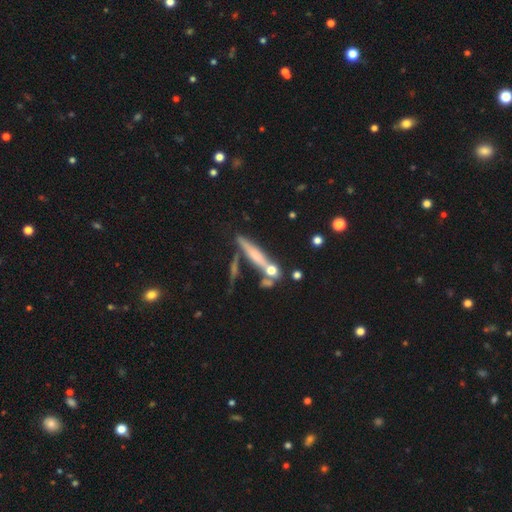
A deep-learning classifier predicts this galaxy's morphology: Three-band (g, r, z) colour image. It shows a featured or disk galaxy (46%). Merging: none (60%).